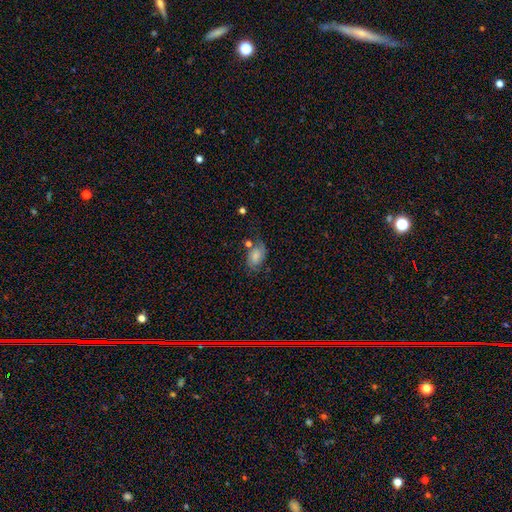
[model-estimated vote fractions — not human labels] Smooth or featured? smooth (47%)
Merging? none (49%)